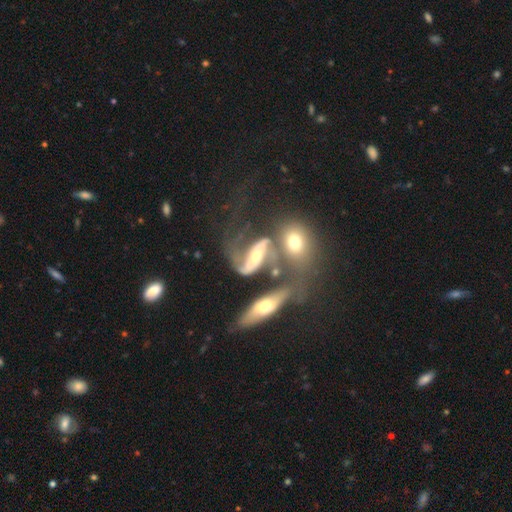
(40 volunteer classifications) smooth_or_featured: featured or disk (p=0.88) [alt: smooth p=0.07]
disk_edge_on: no (p=0.94) [alt: yes p=0.06]
bar: strong (p=0.61) [alt: no p=0.24]
has_spiral_arms: yes (p=0.94) [alt: no p=0.06]
spiral_winding: loose (p=0.77) [alt: medium p=0.23]
spiral_arm_count: 2 (p=1.00)
bulge_size: moderate (p=0.73) [alt: small p=0.24]
merging: merger (p=0.47) [alt: major disturbance p=0.21]